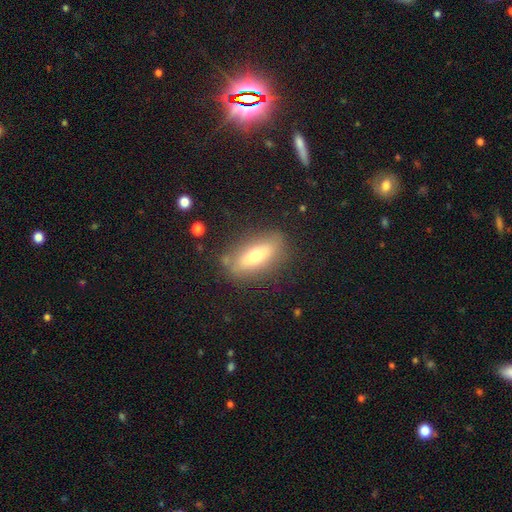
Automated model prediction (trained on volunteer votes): Smooth or featured? smooth (59%)
How rounded? in between (64%)
Merging? none (79%)